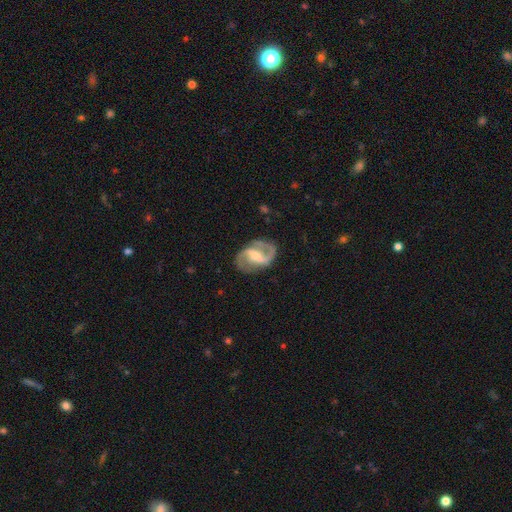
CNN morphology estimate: Q: Smooth or featured?
A: featured or disk (90%); runner-up: smooth (5%)
Q: Edge-on disk?
A: no (98%); runner-up: yes (2%)
Q: Bar?
A: weak (44%); runner-up: strong (39%)
Q: Spiral arms?
A: yes (97%); runner-up: no (3%)
Q: Spiral winding?
A: medium (54%); runner-up: loose (32%)
Q: Spiral arm count?
A: 2 (93%); runner-up: can't tell (2%)
Q: Bulge size?
A: moderate (49%); runner-up: small (45%)
Q: Merging?
A: none (81%); runner-up: minor disturbance (12%)